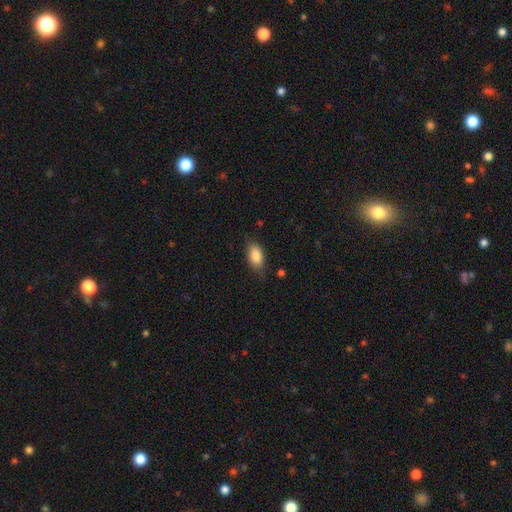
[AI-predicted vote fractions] Smooth or featured? Predicted: smooth (p=0.85). How rounded? Predicted: in between (p=0.91). Merging? Predicted: none (p=0.77).